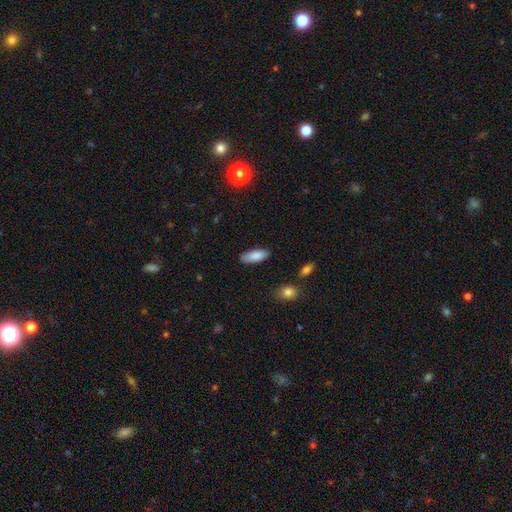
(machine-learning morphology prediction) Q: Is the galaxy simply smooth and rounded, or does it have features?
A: smooth — 86%.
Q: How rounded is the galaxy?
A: in between — 75%.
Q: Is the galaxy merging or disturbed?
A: none — 86%.